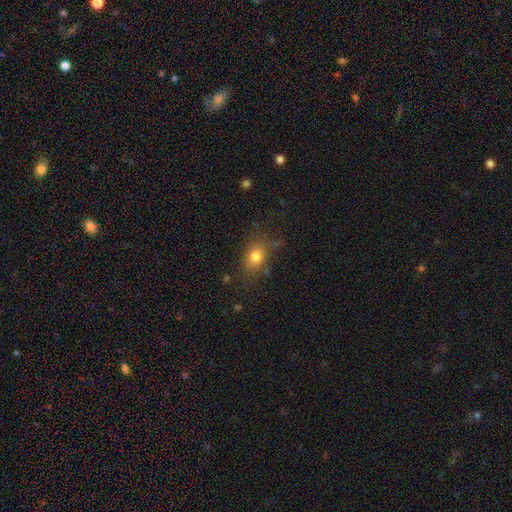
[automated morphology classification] Smooth or featured?
  - smooth: 78% *
  - star or artifact: 12%
  - featured or disk: 10%
How rounded?
  - in between: 68% *
  - round: 29%
  - cigar-shaped: 3%
Merging?
  - none: 73% *
  - minor disturbance: 17%
  - major disturbance: 7%
  - merger: 3%